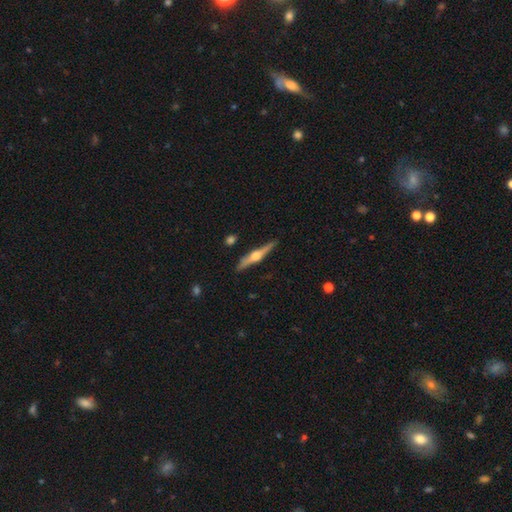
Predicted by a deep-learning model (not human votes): A featured or disk galaxy (77%) viewed edge-on (98%) with a rounded central bulge (94%).

Vote fractions:
- Smooth or featured? featured or disk: 77% / smooth: 18% / star or artifact: 5%
- Edge-on disk? yes: 98% / no: 2%
- Edge-on bulge? rounded: 94% / boxy: 4% / none: 2%
- Merging? none: 88% / minor disturbance: 8% / merger: 2% / major disturbance: 2%